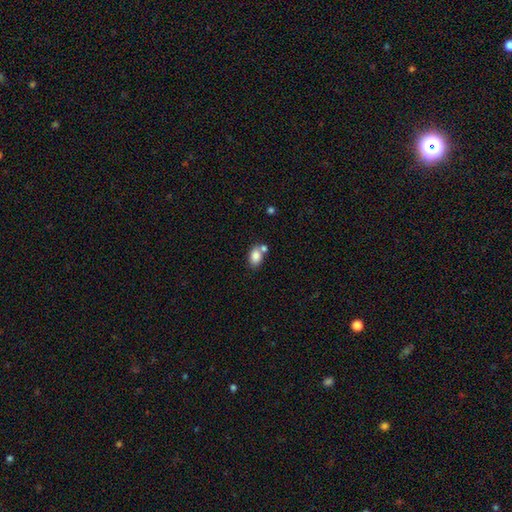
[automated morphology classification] This appears to be a smooth galaxy with no disk features (83%) that is in between round and cigar-shaped (78%). Merging: none (53%).